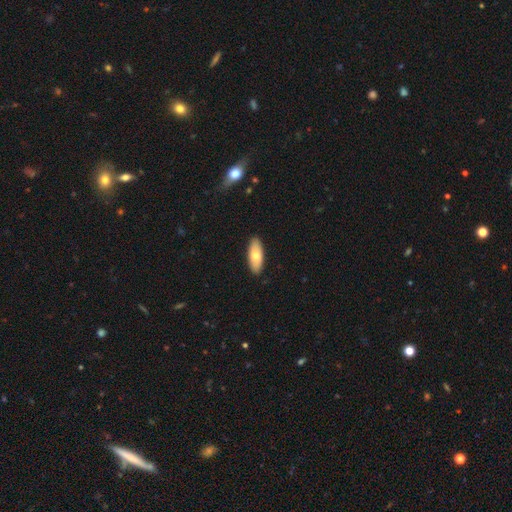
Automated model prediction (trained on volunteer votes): A smooth galaxy with no disk features (73%) that is in between round and cigar-shaped (82%). Merging: none (90%).